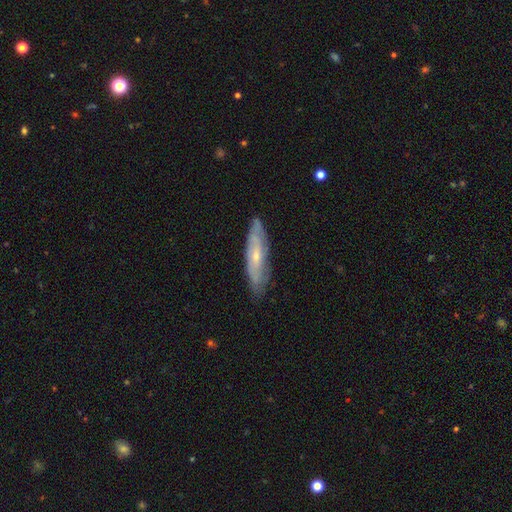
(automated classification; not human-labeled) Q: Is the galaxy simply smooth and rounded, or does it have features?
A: featured or disk — 60%.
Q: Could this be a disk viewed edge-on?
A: no — 61%.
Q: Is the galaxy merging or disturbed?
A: none — 80%.